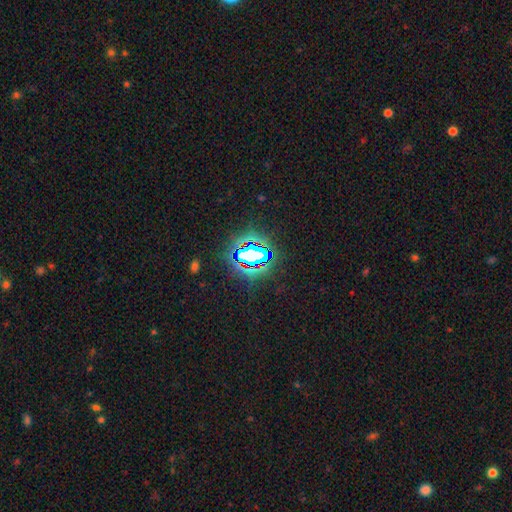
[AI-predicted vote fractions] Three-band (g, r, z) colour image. It shows a star or artifact, not a galaxy (81%).